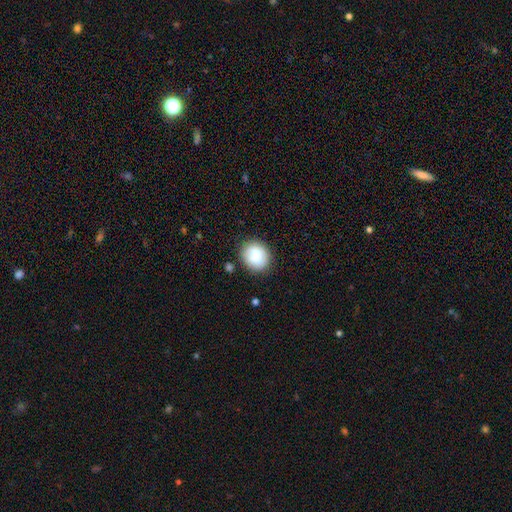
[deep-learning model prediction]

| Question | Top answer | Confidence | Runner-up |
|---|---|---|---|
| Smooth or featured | smooth | 83% | featured or disk (10%) |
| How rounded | round | 72% | in between (27%) |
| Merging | none | 81% | minor disturbance (13%) |